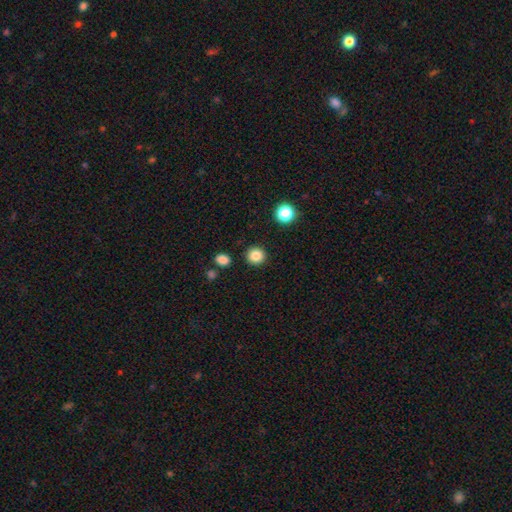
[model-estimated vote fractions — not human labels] Smooth or featured? Predicted: smooth (p=0.85). How rounded? Predicted: round (p=0.92). Merging? Predicted: none (p=0.91).